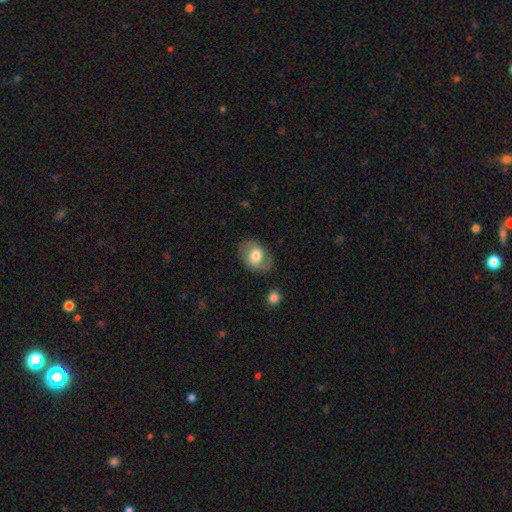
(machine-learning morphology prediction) smooth 63%, featured or disk 30%, star or artifact 7%. Down the decision tree: how rounded — in between (72%); merging — none (72%).